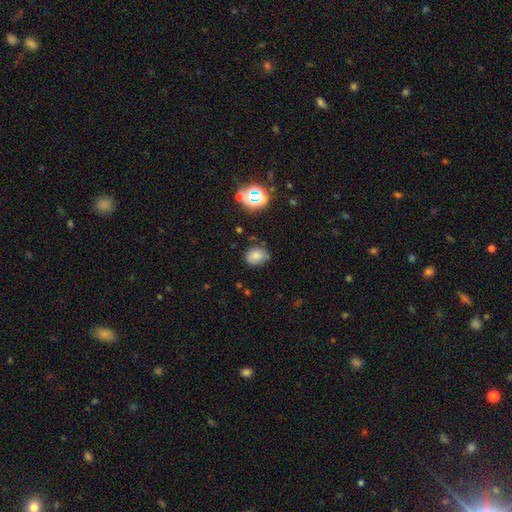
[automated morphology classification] Smooth or featured?
  - smooth: 74% *
  - star or artifact: 15%
  - featured or disk: 11%
How rounded?
  - in between: 50% *
  - round: 49%
  - cigar-shaped: 1%
Merging?
  - none: 70% *
  - minor disturbance: 23%
  - major disturbance: 5%
  - merger: 3%